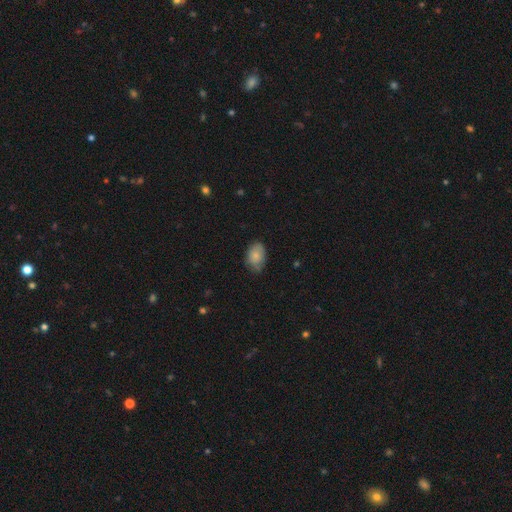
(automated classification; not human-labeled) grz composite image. It shows a smooth galaxy with no disk features (81%) that is in between round and cigar-shaped (86%). Merging: none (67%).